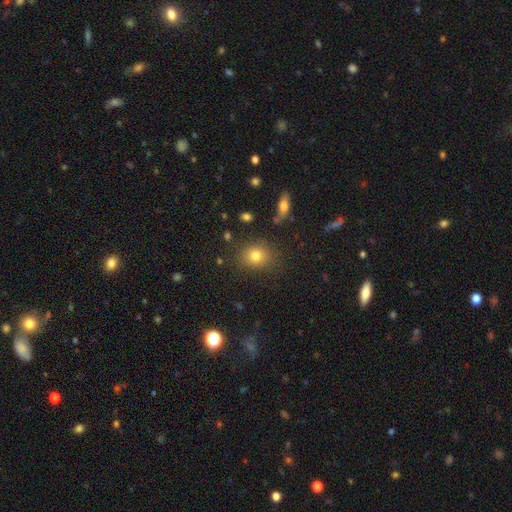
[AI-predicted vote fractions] Morphology: type=smooth (78%); roundness=round (66%); merging=none (83%).